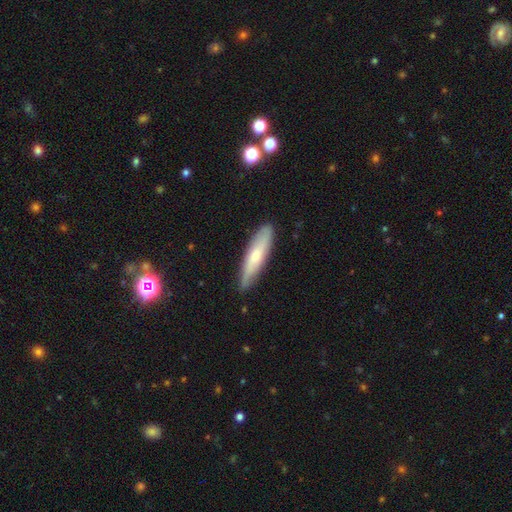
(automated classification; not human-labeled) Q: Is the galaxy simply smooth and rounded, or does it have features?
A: smooth — 59%.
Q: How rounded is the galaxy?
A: cigar-shaped — 76%.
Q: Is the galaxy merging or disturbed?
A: none — 83%.